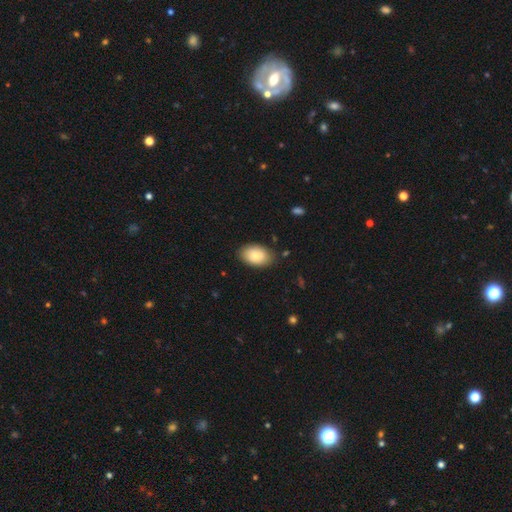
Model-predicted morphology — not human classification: smooth_or_featured: smooth (p=0.84) [alt: featured or disk p=0.10]
how_rounded: in between (p=0.91) [alt: round p=0.08]
merging: none (p=0.82) [alt: minor disturbance p=0.14]